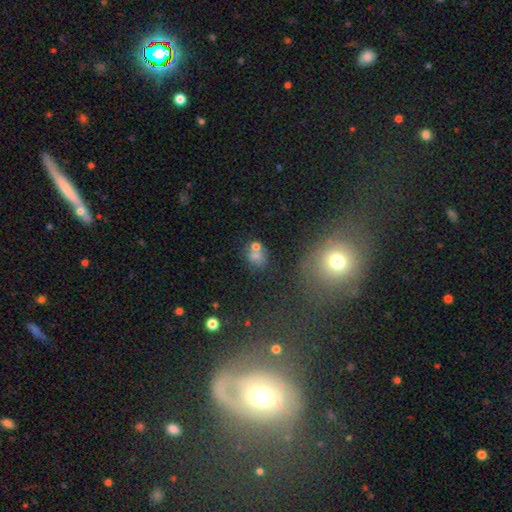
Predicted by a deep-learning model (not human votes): smooth_or_featured: smooth (p=0.65) [alt: star or artifact p=0.23]
how_rounded: round (p=0.62) [alt: in between p=0.37]
merging: none (p=0.59) [alt: merger p=0.24]